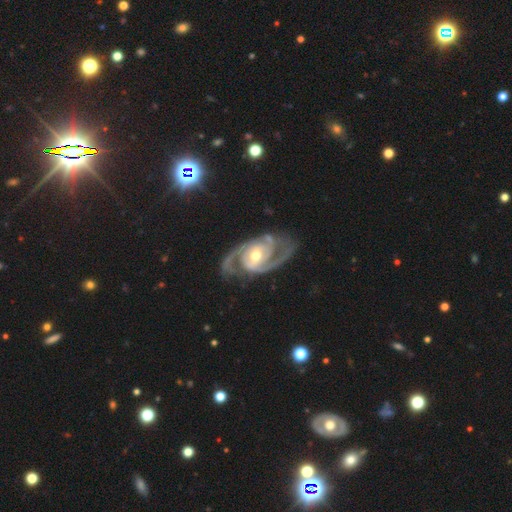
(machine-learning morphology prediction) Q: Smooth or featured?
A: featured or disk (93%); runner-up: star or artifact (4%)
Q: Edge-on disk?
A: no (97%); runner-up: yes (3%)
Q: Bar?
A: no (41%); runner-up: weak (38%)
Q: Spiral arms?
A: yes (98%); runner-up: no (2%)
Q: Spiral winding?
A: medium (53%); runner-up: tight (34%)
Q: Spiral arm count?
A: 2 (83%); runner-up: 3 (8%)
Q: Bulge size?
A: moderate (69%); runner-up: small (25%)
Q: Merging?
A: none (74%); runner-up: minor disturbance (16%)